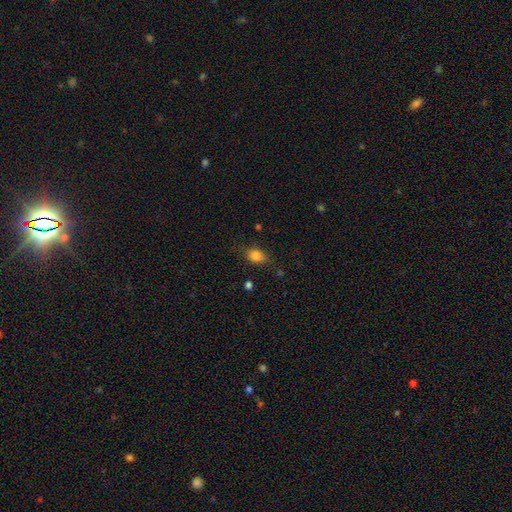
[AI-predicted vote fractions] smooth 84%, star or artifact 10%, featured or disk 6%. Down the decision tree: how rounded — in between (64%); merging — none (72%).